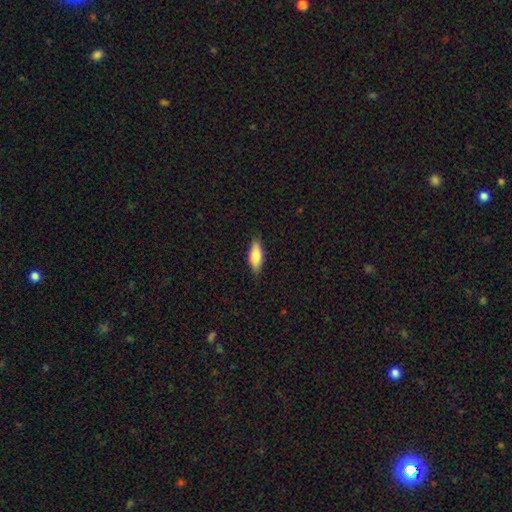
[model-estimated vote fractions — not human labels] This appears to be a smooth galaxy with no disk features (83%) that is in between round and cigar-shaped (72%). Merging: none (84%).